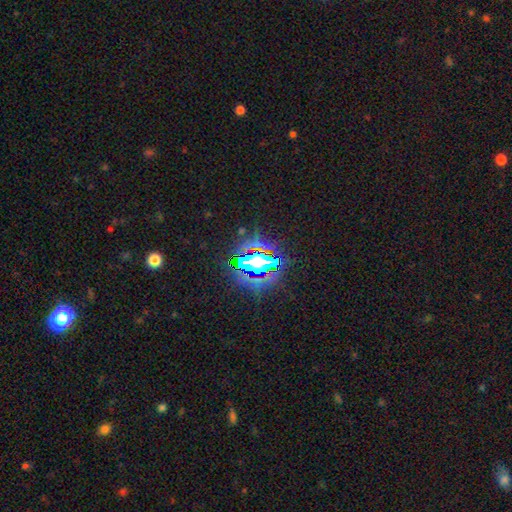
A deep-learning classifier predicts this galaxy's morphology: Overall: star or artifact (79%).